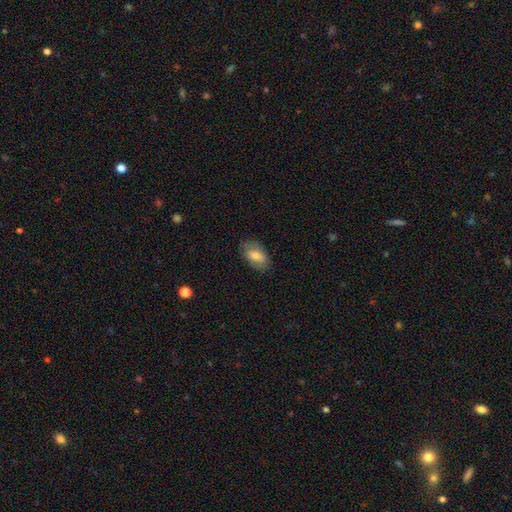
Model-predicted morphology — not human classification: A smooth galaxy with no disk features (72%) that is in between round and cigar-shaped (92%). Merging: none (78%).